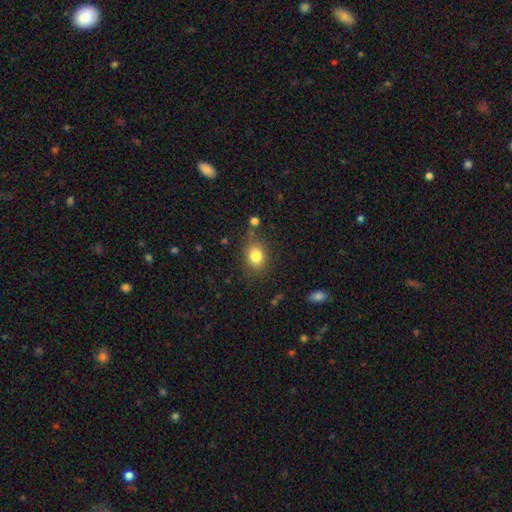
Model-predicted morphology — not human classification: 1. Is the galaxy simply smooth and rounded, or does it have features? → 82% smooth, 10% star or artifact, 8% featured or disk.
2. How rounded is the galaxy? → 52% in between, 47% round, 1% cigar-shaped.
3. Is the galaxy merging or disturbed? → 79% none, 13% minor disturbance, 4% major disturbance, 4% merger.